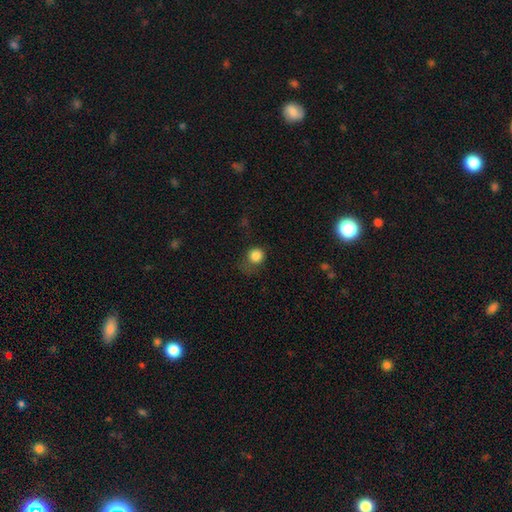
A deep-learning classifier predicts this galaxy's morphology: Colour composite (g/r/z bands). It shows a smooth galaxy with no disk features (84%) that is round (85%). Merging: none (56%).